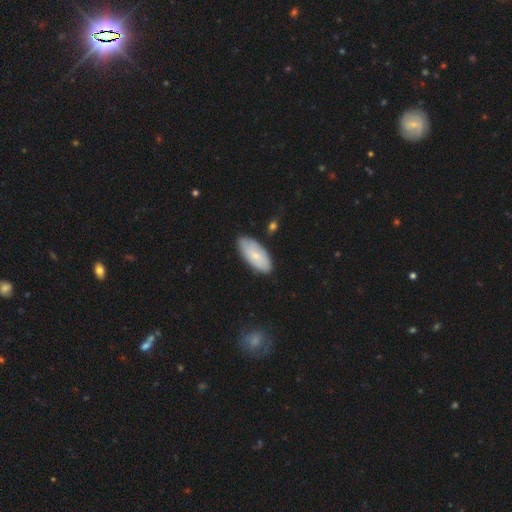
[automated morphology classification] The model was most divided on "smooth or featured": smooth: 72%, featured or disk: 23%, star or artifact: 6%. More confident: how rounded — in between (89%); merging — none (79%).